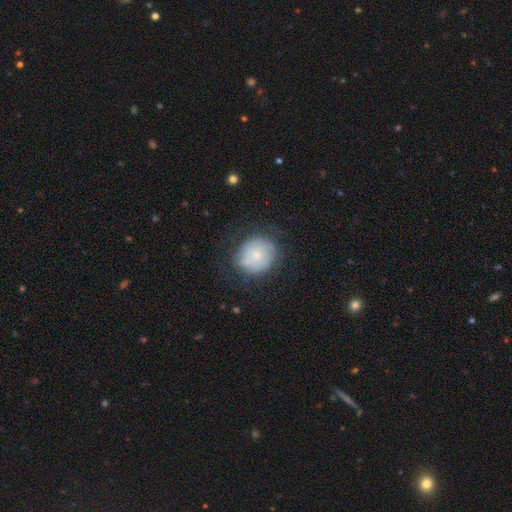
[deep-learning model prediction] Overall: smooth (60%; featured or disk 32%). How rounded: round (85%). Merging: none (67%).